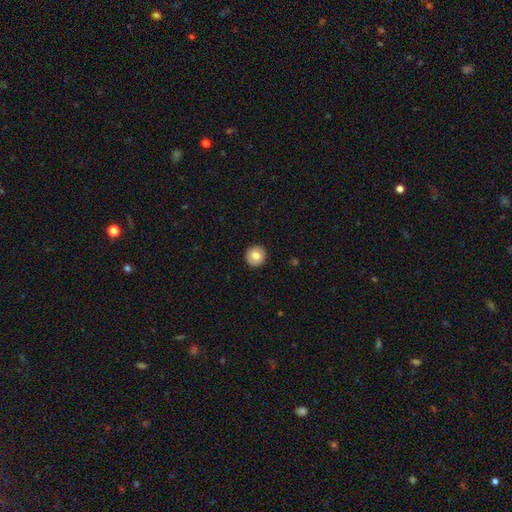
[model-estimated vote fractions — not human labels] This appears to be a smooth galaxy with no disk features (77%) that is round (94%). Merging: none (92%).